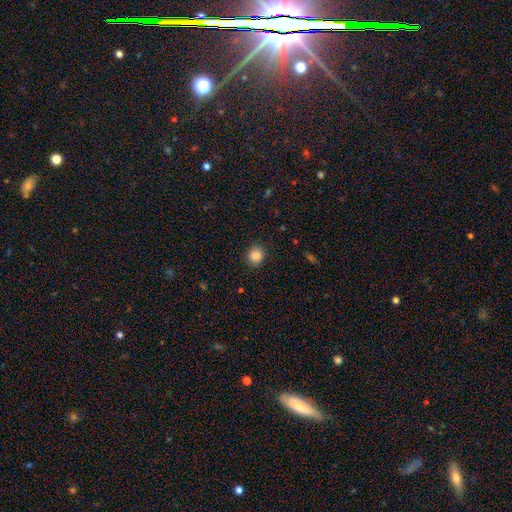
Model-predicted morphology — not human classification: This is clearly a smooth galaxy (86%). How rounded: clearly round (82%). Merging: clearly none (88%).